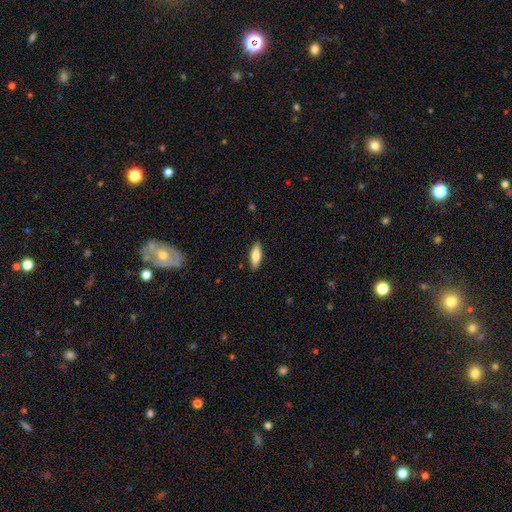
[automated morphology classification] Smooth or featured? Predicted: smooth (p=0.78). How rounded? Predicted: in between (p=0.59). Merging? Predicted: none (p=0.88).